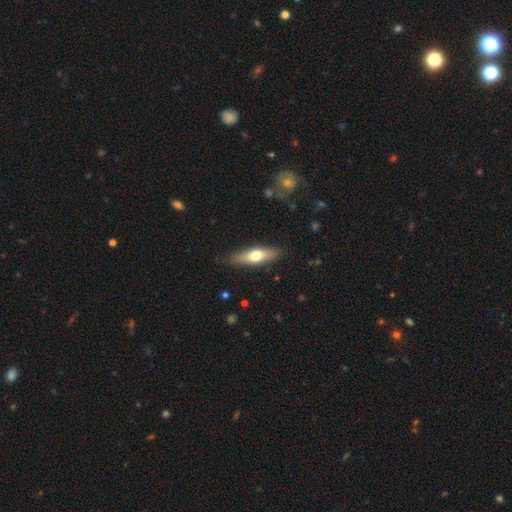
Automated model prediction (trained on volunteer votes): smooth-or-featured: smooth: 60% | featured or disk: 34% | star or artifact: 6%
  how-rounded: cigar-shaped: 53% | in between: 44% | round: 2%
  merging: none: 85% | minor disturbance: 12% | major disturbance: 2% | merger: 1%